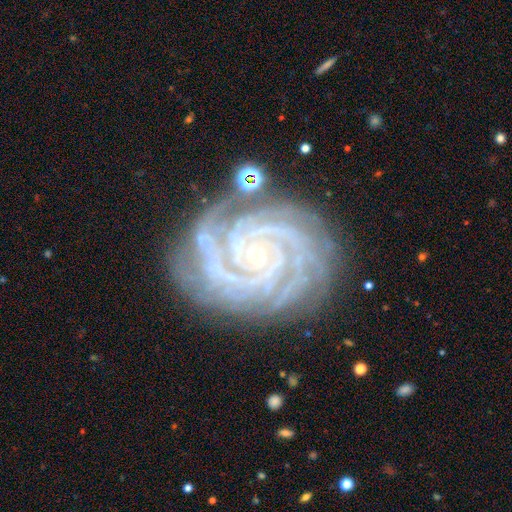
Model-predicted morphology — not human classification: The model was most divided on "spiral arm count": 4: 30%, 3: 23%, more than 4: 17%, 2: 12%, can't tell: 10%, 1: 7%. More confident: spiral arms — yes (99%); edge-on disk — no (98%); smooth or featured — featured or disk (92%); spiral winding — tight (86%); bulge size — small (84%); merging — none (79%); bar — no (68%).